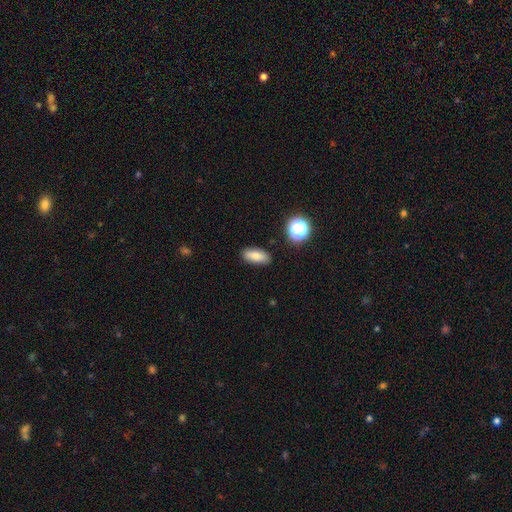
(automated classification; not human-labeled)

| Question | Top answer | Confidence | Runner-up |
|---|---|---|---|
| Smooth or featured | smooth | 80% | featured or disk (10%) |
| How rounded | in between | 80% | cigar-shaped (15%) |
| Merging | none | 87% | minor disturbance (9%) |